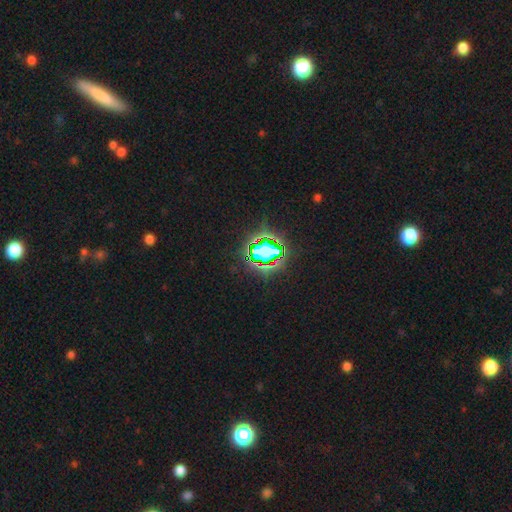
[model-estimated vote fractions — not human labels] Overall: star or artifact (79%).